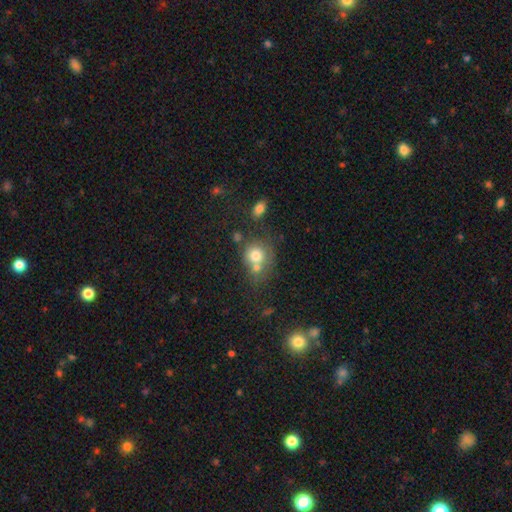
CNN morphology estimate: Overall: smooth (73%). How rounded: round (76%). Merging: merger (50%; none 33%).